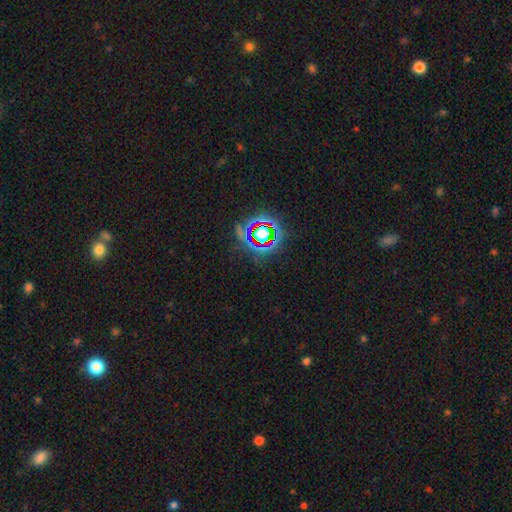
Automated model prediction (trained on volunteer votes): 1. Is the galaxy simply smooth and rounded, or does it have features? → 75% star or artifact, 15% smooth, 10% featured or disk.